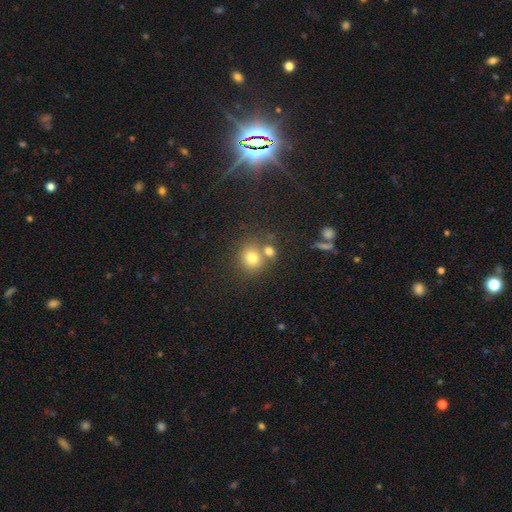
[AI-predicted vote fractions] Smooth or featured? smooth (53%)
How rounded? round (88%)
Merging? none (67%)